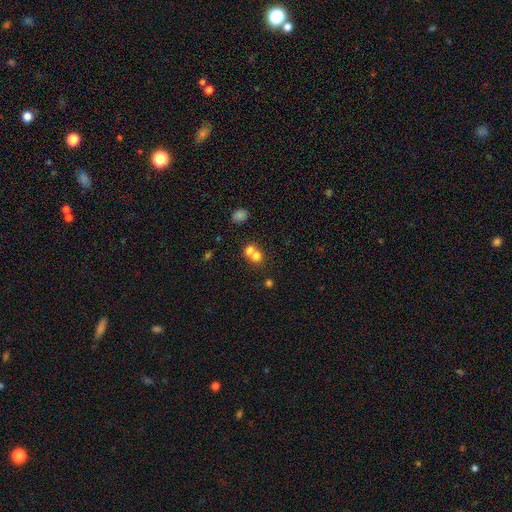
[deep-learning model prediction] smooth-or-featured: smooth: 73% | featured or disk: 14% | star or artifact: 12%
  how-rounded: round: 74% | in between: 25% | cigar-shaped: 1%
  merging: merger: 63% | none: 29% | minor disturbance: 5% | major disturbance: 3%